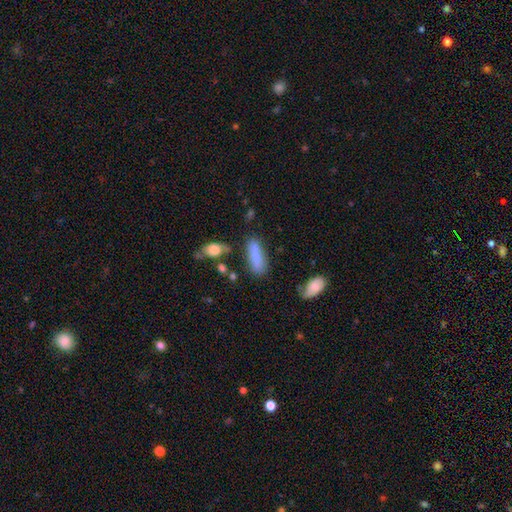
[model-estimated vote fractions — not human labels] Smooth or featured?
  - smooth: 81% *
  - featured or disk: 11%
  - star or artifact: 8%
How rounded?
  - cigar-shaped: 57% *
  - in between: 40%
  - round: 3%
Merging?
  - none: 68% *
  - minor disturbance: 19%
  - major disturbance: 7%
  - merger: 6%